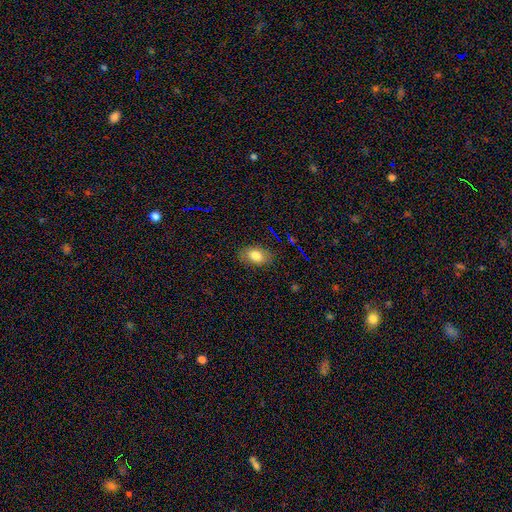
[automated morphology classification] smooth-or-featured: smooth: 78% | featured or disk: 11% | star or artifact: 10%
  how-rounded: in between: 87% | round: 11% | cigar-shaped: 2%
  merging: none: 85% | minor disturbance: 11% | major disturbance: 3% | merger: 1%